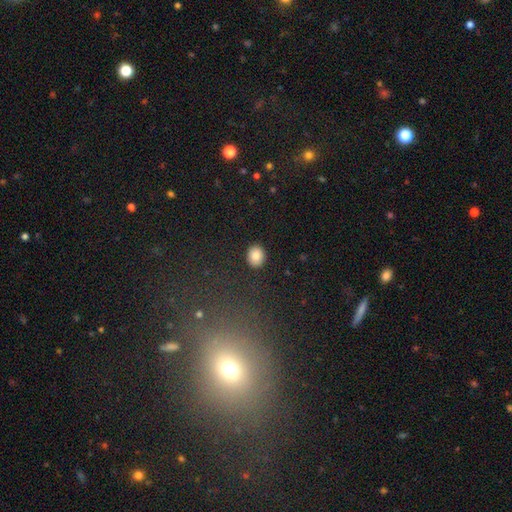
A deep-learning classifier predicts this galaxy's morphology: Smooth or featured? smooth (87%)
How rounded? round (63%)
Merging? none (90%)